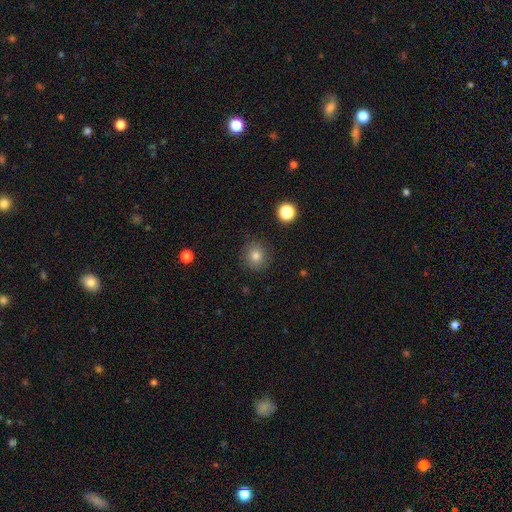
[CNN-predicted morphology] A smooth galaxy with no disk features (80%) that is round (91%).

Vote fractions:
- Smooth or featured? smooth: 80% / star or artifact: 12% / featured or disk: 8%
- How rounded? round: 91% / in between: 8% / cigar-shaped: 1%
- Merging? none: 87% / minor disturbance: 9% / major disturbance: 3% / merger: 1%